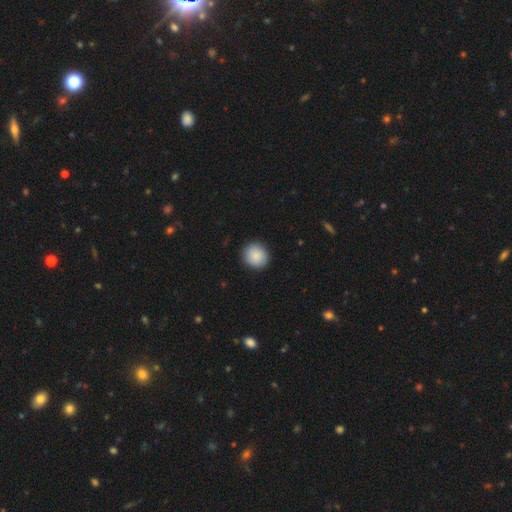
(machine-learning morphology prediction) This is clearly a smooth galaxy (88%). How rounded: clearly round (91%). Merging: clearly none (91%).